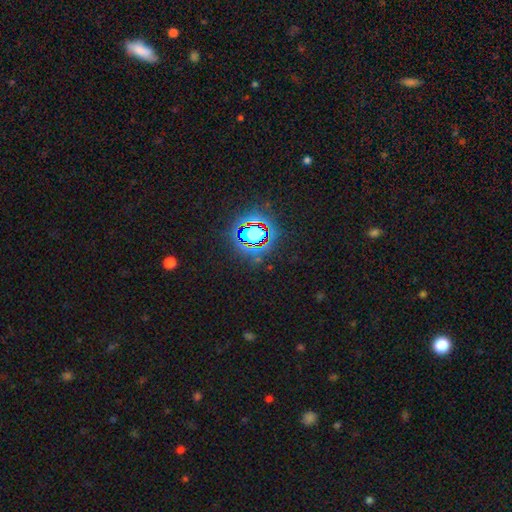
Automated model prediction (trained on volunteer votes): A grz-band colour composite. It shows a star or artifact, not a galaxy (82%).